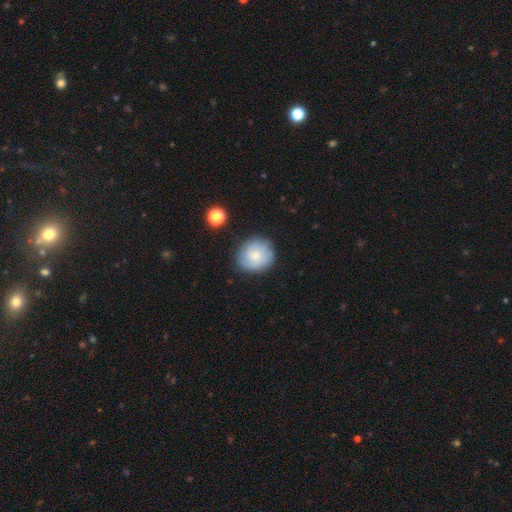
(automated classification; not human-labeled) Smooth or featured: smooth — 67% (featured or disk — 25%)
How rounded: round — 87% (in between — 12%)
Merging: none — 81% (minor disturbance — 14%)